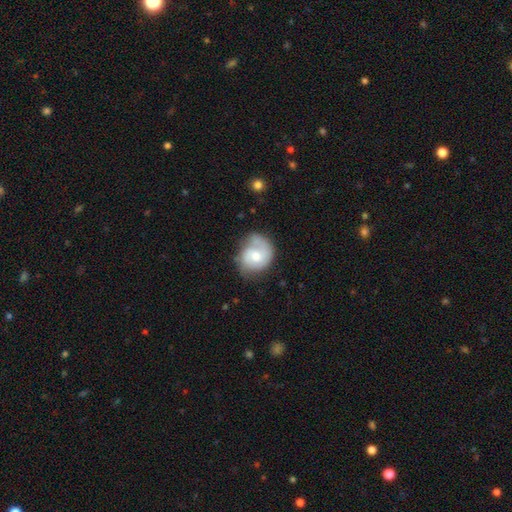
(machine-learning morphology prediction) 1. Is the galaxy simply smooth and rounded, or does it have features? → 57% featured or disk, 36% smooth, 6% star or artifact.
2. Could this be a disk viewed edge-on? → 97% no, 3% yes.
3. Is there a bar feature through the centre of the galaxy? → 62% no, 33% weak, 5% strong.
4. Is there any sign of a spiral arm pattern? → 84% yes, 16% no.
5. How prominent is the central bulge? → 55% moderate, 34% small, 6% large, 3% none, 1% dominant.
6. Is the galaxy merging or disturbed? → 52% none, 28% minor disturbance, 15% major disturbance, 5% merger.